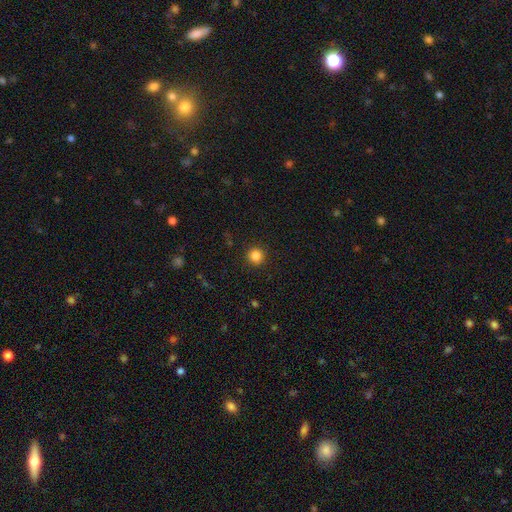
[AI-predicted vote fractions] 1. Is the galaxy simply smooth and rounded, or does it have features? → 84% smooth, 12% star or artifact, 4% featured or disk.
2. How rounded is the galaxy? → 95% round, 4% in between, 1% cigar-shaped.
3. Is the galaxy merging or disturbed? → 92% none, 5% minor disturbance, 2% major disturbance, 1% merger.